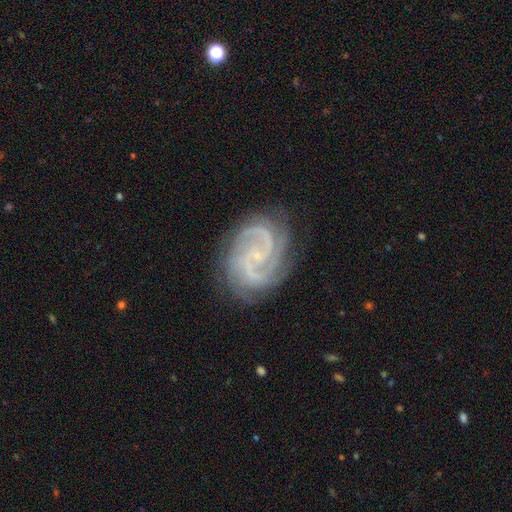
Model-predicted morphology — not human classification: smooth-or-featured: featured or disk: 91% | star or artifact: 5% | smooth: 4%
  disk-edge-on: no: 98% | yes: 2%
    bar: no: 53% | weak: 36% | strong: 12%
    has-spiral-arms: yes: 99% | no: 1%
      spiral-winding: tight: 52% | medium: 41% | loose: 7%
      spiral-arm-count: 2: 39% | 3: 27% | can't tell: 10% | 4: 10% | more than 4: 7% | 1: 6%
    bulge-size: small: 78% | none: 12% | moderate: 8% | large: 1% | dominant: 1%
  merging: none: 81% | minor disturbance: 13% | major disturbance: 4% | merger: 1%